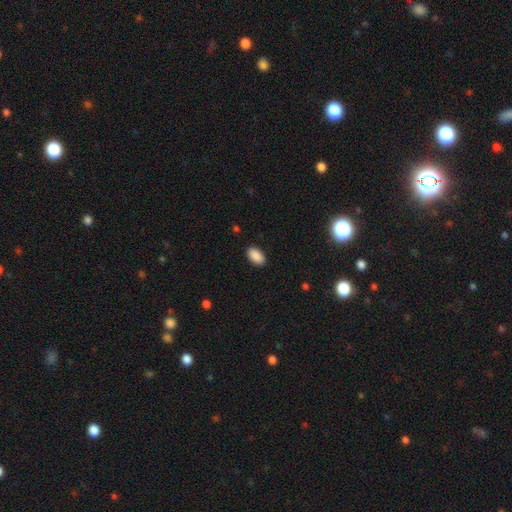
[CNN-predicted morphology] smooth_or_featured: smooth (p=0.90) [alt: star or artifact p=0.07]
how_rounded: in between (p=0.94) [alt: round p=0.04]
merging: none (p=0.89) [alt: minor disturbance p=0.08]